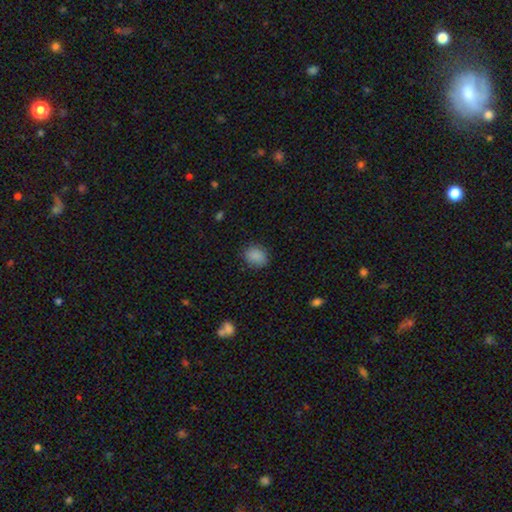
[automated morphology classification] smooth-or-featured: smooth: 87% | star or artifact: 9% | featured or disk: 3%
  how-rounded: round: 53% | in between: 46% | cigar-shaped: 1%
  merging: none: 83% | minor disturbance: 13% | major disturbance: 3% | merger: 1%